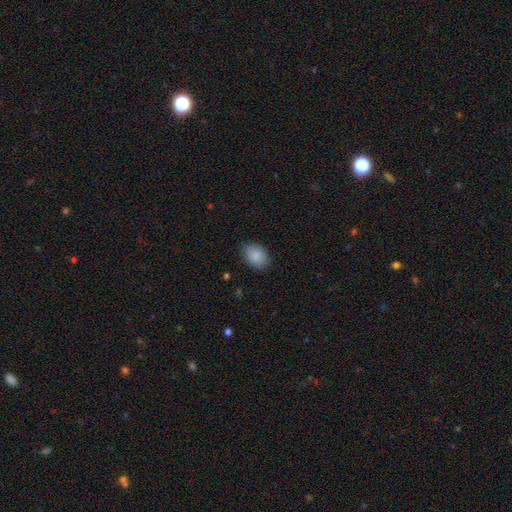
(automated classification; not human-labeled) Smooth or featured: smooth — 88% (star or artifact — 7%)
How rounded: in between — 74% (round — 25%)
Merging: none — 84% (minor disturbance — 12%)